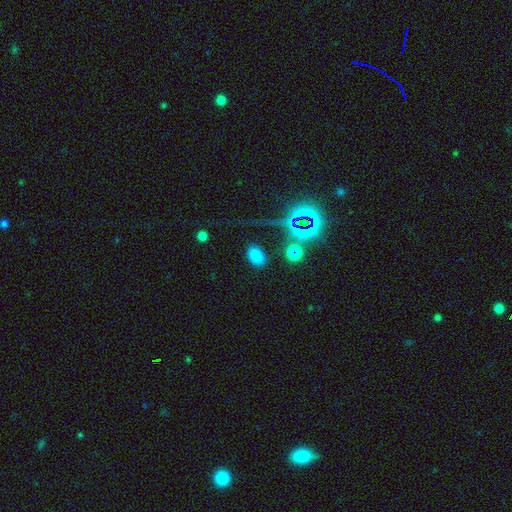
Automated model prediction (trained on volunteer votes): Q: Smooth or featured?
A: smooth (72%); runner-up: star or artifact (21%)
Q: How rounded?
A: in between (88%); runner-up: round (10%)
Q: Merging?
A: none (82%); runner-up: minor disturbance (10%)